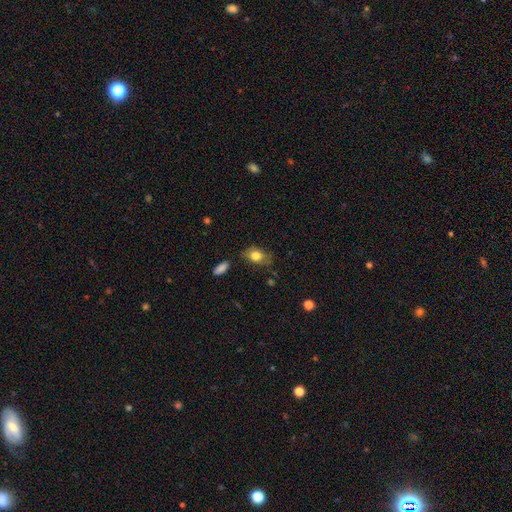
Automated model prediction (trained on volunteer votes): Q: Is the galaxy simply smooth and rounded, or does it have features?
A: smooth — 77%.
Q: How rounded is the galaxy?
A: in between — 81%.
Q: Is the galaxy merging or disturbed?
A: none — 64%.